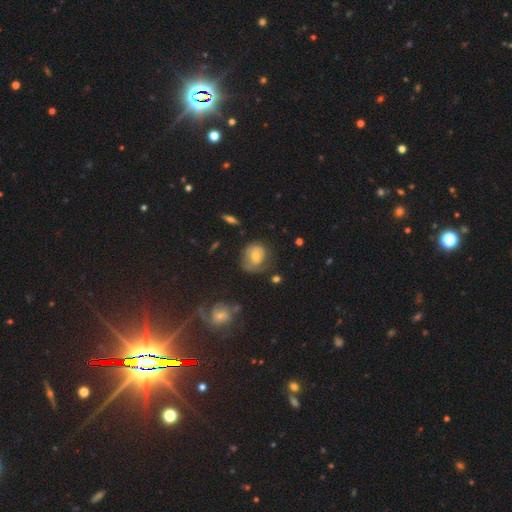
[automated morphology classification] Smooth or featured?
  - featured or disk: 48% *
  - smooth: 43%
  - star or artifact: 9%
Merging?
  - none: 52% *
  - minor disturbance: 28%
  - major disturbance: 17%
  - merger: 3%